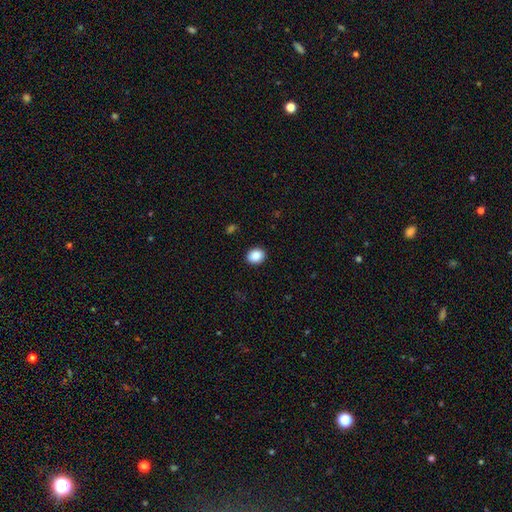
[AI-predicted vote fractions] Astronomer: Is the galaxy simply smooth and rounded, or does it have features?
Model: smooth — 89%.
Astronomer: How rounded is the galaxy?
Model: round — 59% (runner-up: in between, 41%).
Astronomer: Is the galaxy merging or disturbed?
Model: none — 91%.